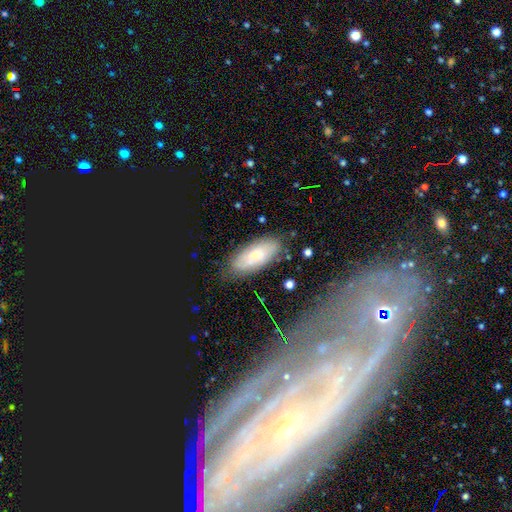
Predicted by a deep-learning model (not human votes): A smooth galaxy with no disk features (62%) that is in between round and cigar-shaped (82%).

Vote fractions:
- Smooth or featured? smooth: 62% / featured or disk: 30% / star or artifact: 8%
- How rounded? in between: 82% / cigar-shaped: 16% / round: 2%
- Merging? none: 78% / minor disturbance: 16% / major disturbance: 4% / merger: 3%